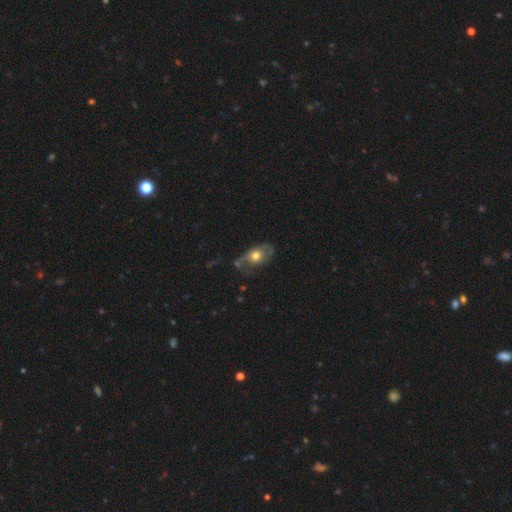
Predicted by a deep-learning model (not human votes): This appears to be a smooth galaxy with no disk features (57%) that is in between round and cigar-shaped (76%). Merging: none (42%).